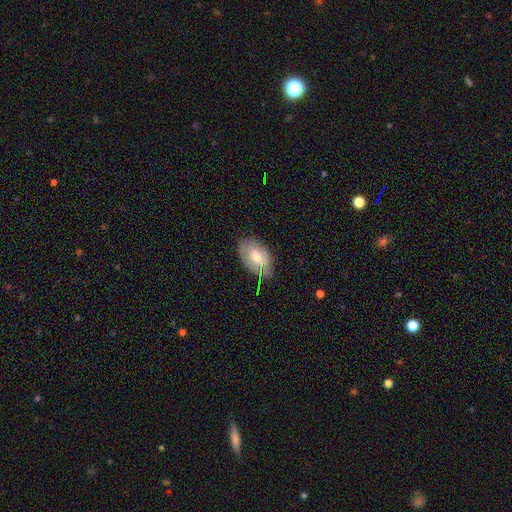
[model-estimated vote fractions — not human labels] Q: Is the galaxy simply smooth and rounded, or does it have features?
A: smooth — 56%.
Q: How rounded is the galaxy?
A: in between — 90%.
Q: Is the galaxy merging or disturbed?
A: none — 71%.